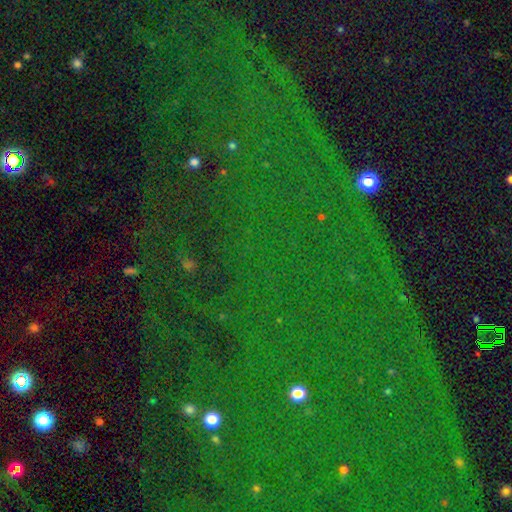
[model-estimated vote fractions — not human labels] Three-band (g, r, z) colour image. It shows a star or artifact, not a galaxy (80%).